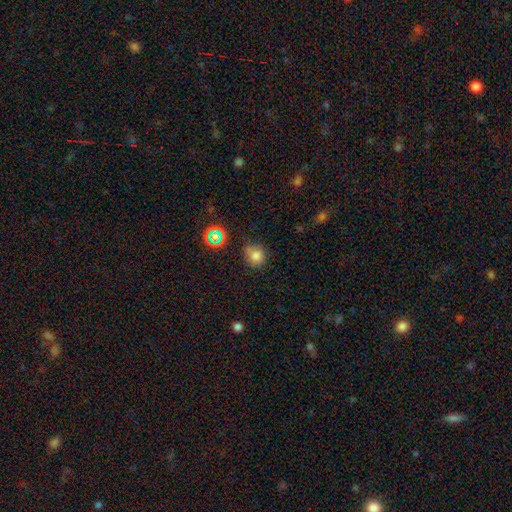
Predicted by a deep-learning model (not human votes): Smooth or featured?
  - smooth: 77% *
  - star or artifact: 16%
  - featured or disk: 7%
How rounded?
  - round: 82% *
  - in between: 17%
  - cigar-shaped: 1%
Merging?
  - none: 71% *
  - minor disturbance: 20%
  - major disturbance: 5%
  - merger: 4%